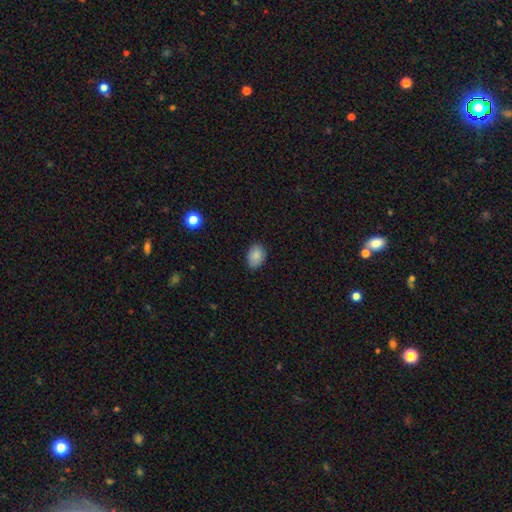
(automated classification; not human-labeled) Smooth or featured?
  - smooth: 87% *
  - star or artifact: 8%
  - featured or disk: 5%
How rounded?
  - in between: 70% *
  - round: 29%
  - cigar-shaped: 1%
Merging?
  - none: 83% *
  - minor disturbance: 14%
  - major disturbance: 3%
  - merger: 1%